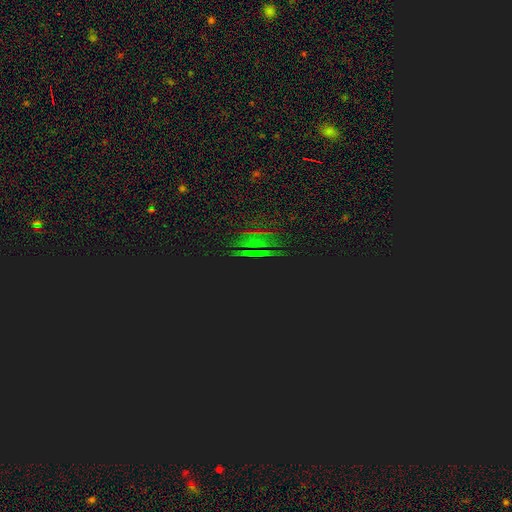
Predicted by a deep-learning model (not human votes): star or artifact 82%, smooth 10%, featured or disk 8%.